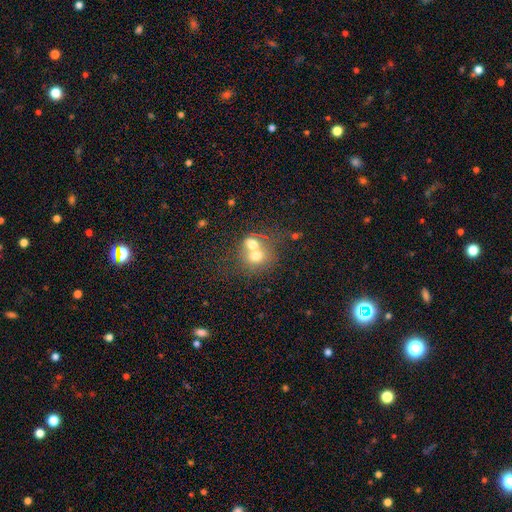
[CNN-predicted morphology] smooth_or_featured: smooth (p=0.67) [alt: featured or disk p=0.21]
how_rounded: round (p=0.65) [alt: in between p=0.34]
merging: merger (p=0.65) [alt: none p=0.25]